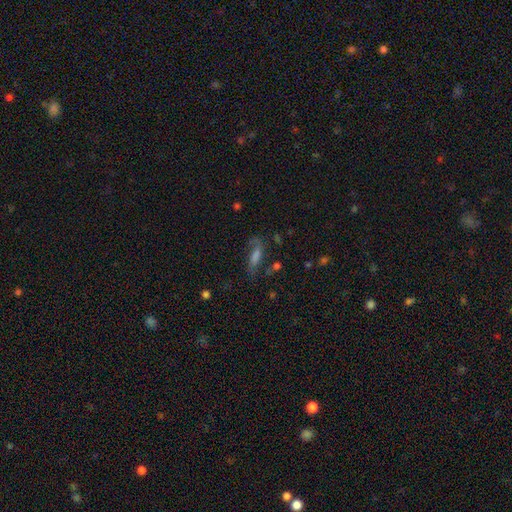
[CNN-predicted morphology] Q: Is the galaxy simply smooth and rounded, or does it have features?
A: featured or disk — 45%.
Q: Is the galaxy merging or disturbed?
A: none — 57%.